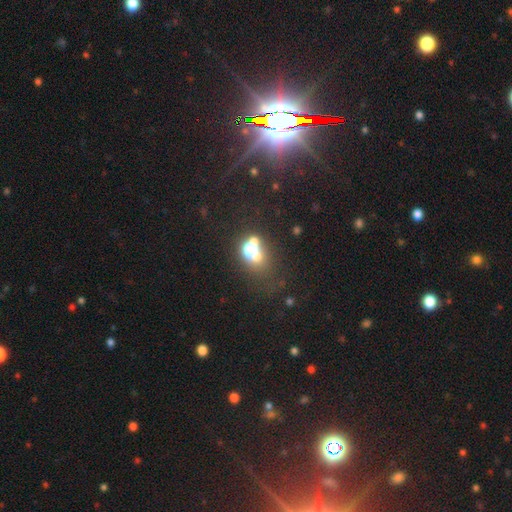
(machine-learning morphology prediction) Smooth or featured?
  - smooth: 51% *
  - star or artifact: 28%
  - featured or disk: 21%
How rounded?
  - round: 53% *
  - in between: 45%
  - cigar-shaped: 2%
Merging?
  - none: 40% *
  - merger: 38%
  - minor disturbance: 12%
  - major disturbance: 10%